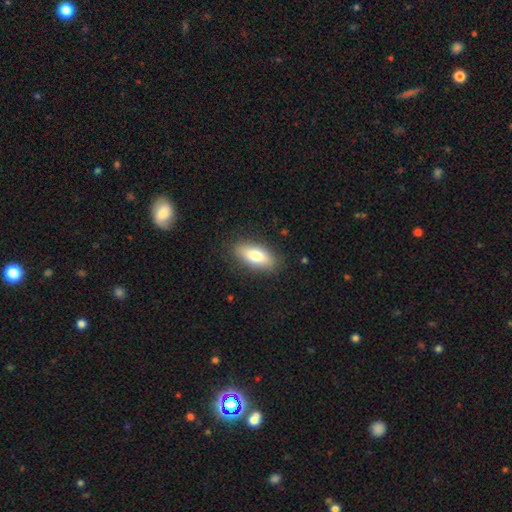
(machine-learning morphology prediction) This appears to be a smooth galaxy with no disk features (75%) that is in between round and cigar-shaped (82%). Merging: none (86%).